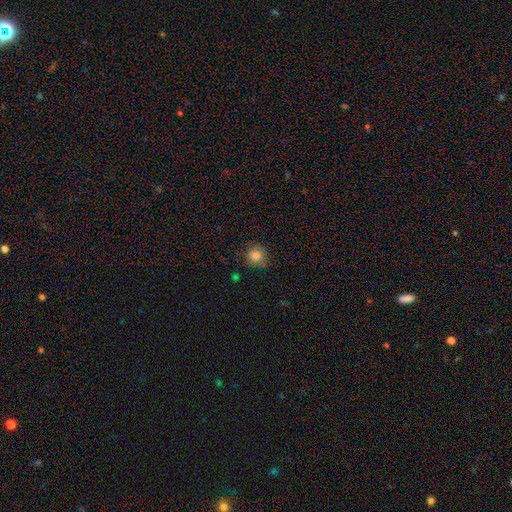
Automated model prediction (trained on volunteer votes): This is clearly a smooth galaxy (82%). How rounded: clearly round (89%). Merging: clearly none (82%).